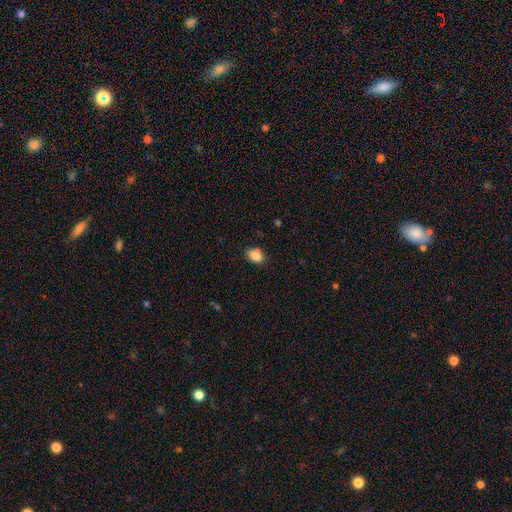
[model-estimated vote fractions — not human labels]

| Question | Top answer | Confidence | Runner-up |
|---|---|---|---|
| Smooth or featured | smooth | 85% | star or artifact (9%) |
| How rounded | in between | 76% | round (23%) |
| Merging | none | 74% | minor disturbance (20%) |